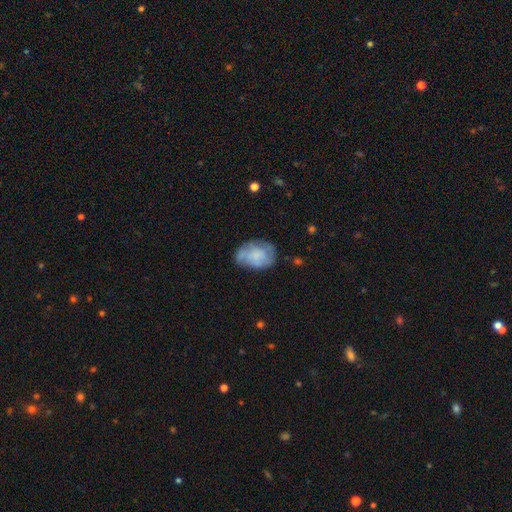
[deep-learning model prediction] smooth 56%, featured or disk 36%, star or artifact 8%. Down the decision tree: how rounded — in between (78%); merging — none (53%).